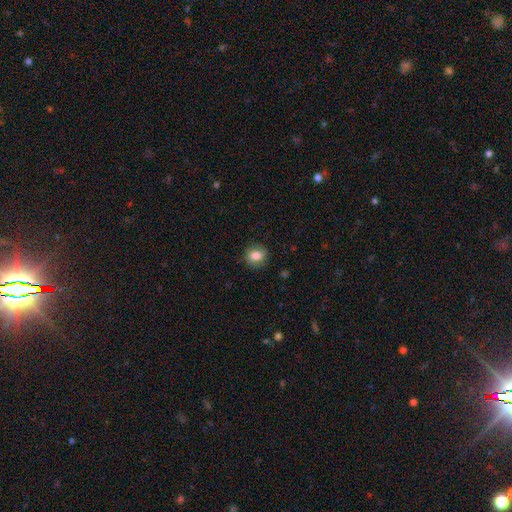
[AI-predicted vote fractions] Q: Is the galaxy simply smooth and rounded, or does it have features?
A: smooth — 77%.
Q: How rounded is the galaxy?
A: round — 67%.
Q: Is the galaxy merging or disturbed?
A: none — 83%.